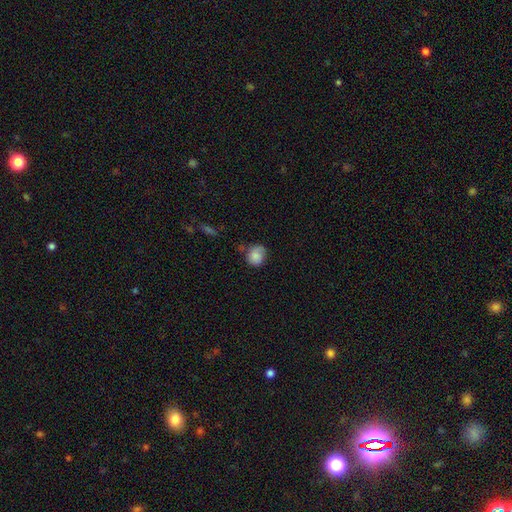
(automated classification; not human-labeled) This is clearly a smooth galaxy (82%). How rounded: likely round (67%). Merging: possibly none (57%).